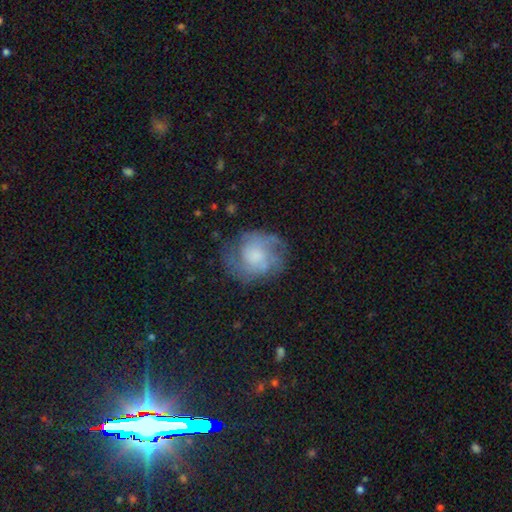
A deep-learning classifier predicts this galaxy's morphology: smooth-or-featured: featured or disk: 60% | smooth: 32% | star or artifact: 8%
  disk-edge-on: no: 98% | yes: 2%
    bar: no: 74% | weak: 23% | strong: 4%
    has-spiral-arms: yes: 80% | no: 20%
    bulge-size: moderate: 33% | small: 24% | large: 22% | none: 19% | dominant: 3%
  merging: none: 61% | minor disturbance: 21% | major disturbance: 15% | merger: 2%